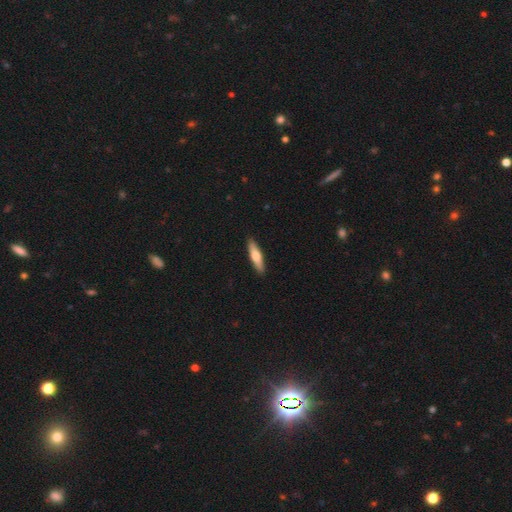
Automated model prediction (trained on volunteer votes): Smooth or featured? Predicted: smooth (p=0.61). How rounded? Predicted: cigar-shaped (p=0.75). Merging? Predicted: none (p=0.91).